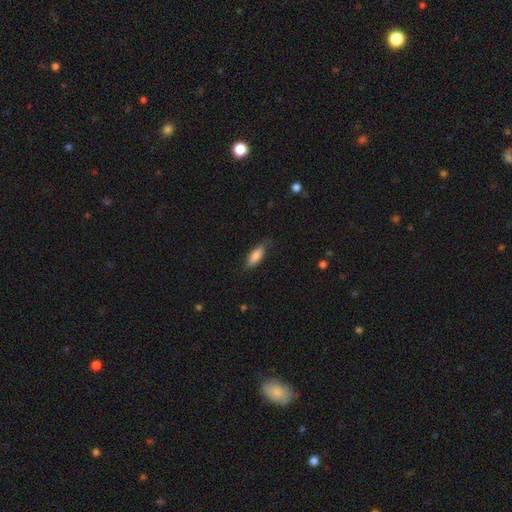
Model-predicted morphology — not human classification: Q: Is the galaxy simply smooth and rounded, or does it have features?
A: smooth — 84%.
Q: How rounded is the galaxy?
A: in between — 73%.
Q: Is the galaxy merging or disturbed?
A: none — 75%.